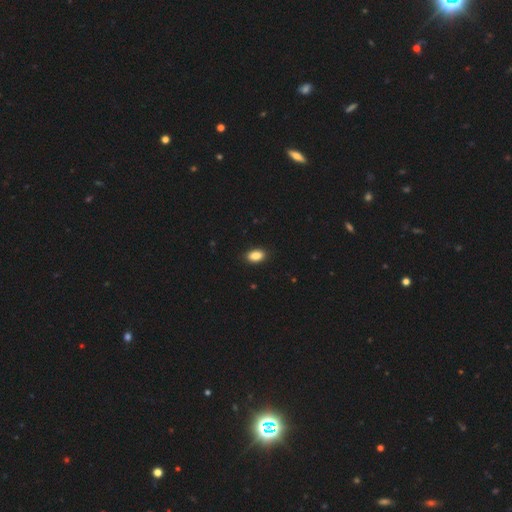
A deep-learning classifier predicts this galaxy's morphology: A smooth galaxy with no disk features (89%) that is in between round and cigar-shaped (91%).

Vote fractions:
- Smooth or featured? smooth: 89% / star or artifact: 8% / featured or disk: 3%
- How rounded? in between: 91% / round: 7% / cigar-shaped: 2%
- Merging? none: 90% / minor disturbance: 7% / major disturbance: 2% / merger: 1%